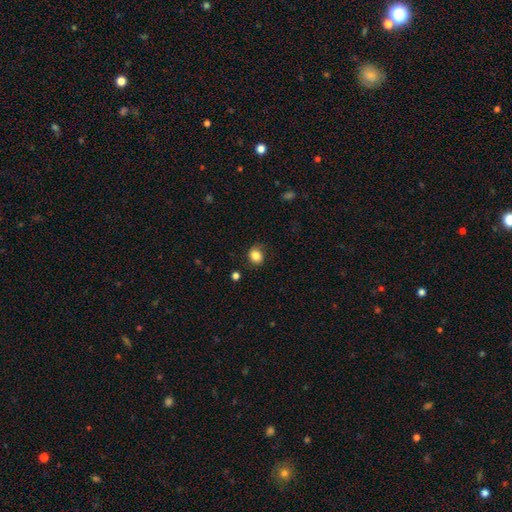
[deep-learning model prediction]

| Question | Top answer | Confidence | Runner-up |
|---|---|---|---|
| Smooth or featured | smooth | 83% | star or artifact (10%) |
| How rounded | round | 68% | in between (31%) |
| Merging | none | 76% | minor disturbance (17%) |